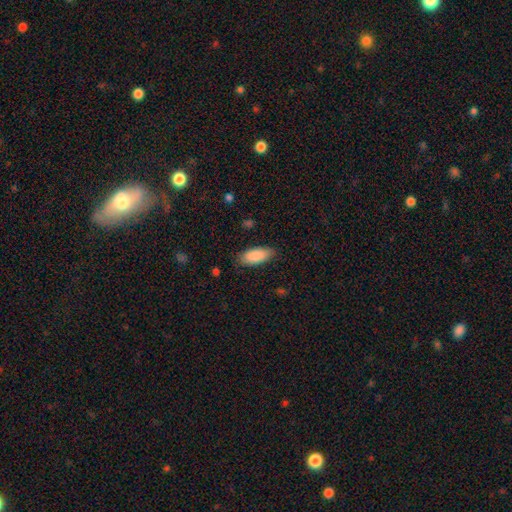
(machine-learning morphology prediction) smooth 88%, star or artifact 6%, featured or disk 6%. Down the decision tree: how rounded — in between (86%); merging — none (83%).